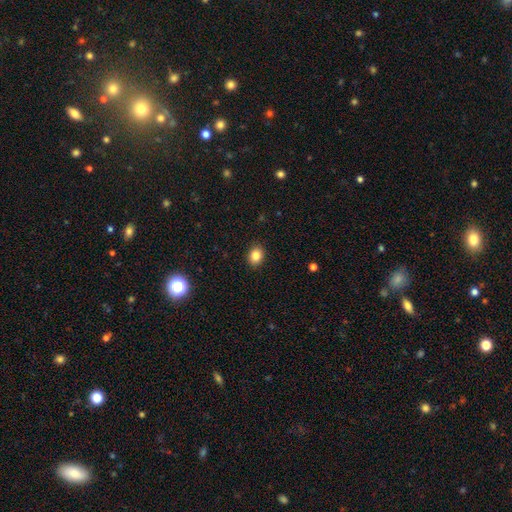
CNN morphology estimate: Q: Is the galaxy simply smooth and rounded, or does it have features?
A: smooth — 84%.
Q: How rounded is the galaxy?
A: round — 55%.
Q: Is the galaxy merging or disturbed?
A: none — 90%.